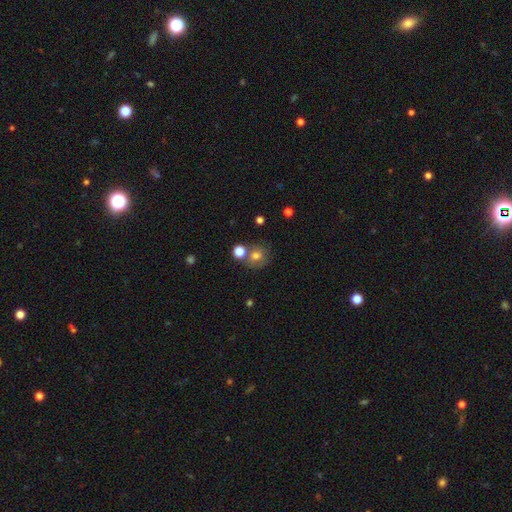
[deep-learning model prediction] The model was most divided on "merging": none: 65%, merger: 20%, minor disturbance: 11%, major disturbance: 4%. More confident: how rounded — round (85%); smooth or featured — smooth (75%).